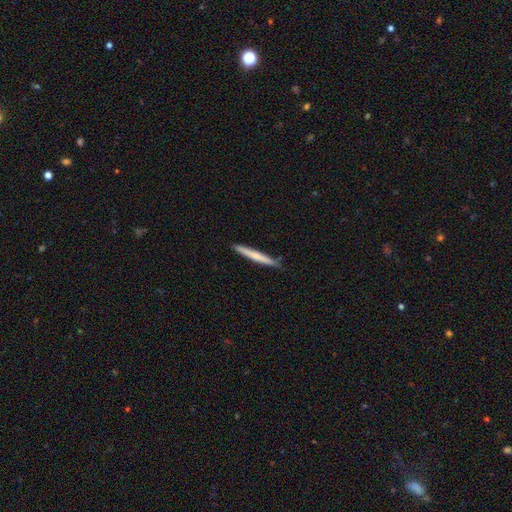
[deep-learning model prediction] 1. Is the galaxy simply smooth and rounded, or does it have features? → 61% smooth, 34% featured or disk, 5% star or artifact.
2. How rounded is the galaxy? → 96% cigar-shaped, 3% in between, 1% round.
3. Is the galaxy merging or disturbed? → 89% none, 9% minor disturbance, 1% major disturbance, 1% merger.